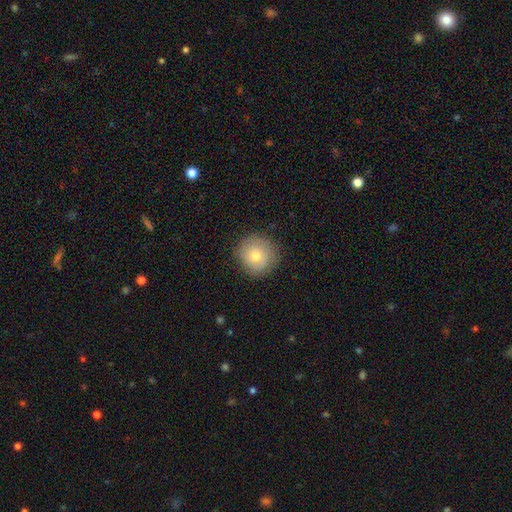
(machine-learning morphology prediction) Q: Smooth or featured?
A: smooth (72%); runner-up: featured or disk (19%)
Q: How rounded?
A: round (92%); runner-up: in between (7%)
Q: Merging?
A: none (84%); runner-up: minor disturbance (12%)